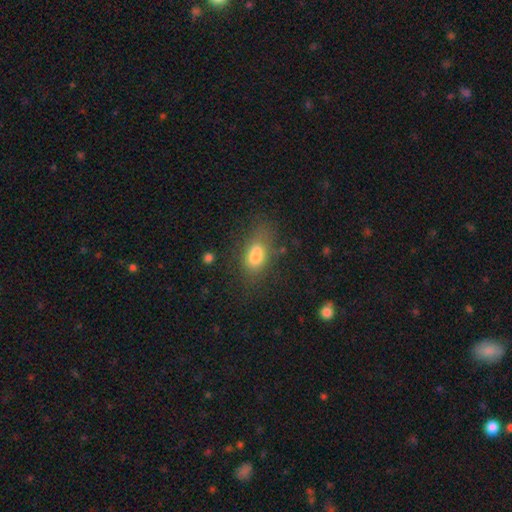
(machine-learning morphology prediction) smooth 75%, featured or disk 14%, star or artifact 11%. Down the decision tree: how rounded — in between (83%); merging — none (55%).